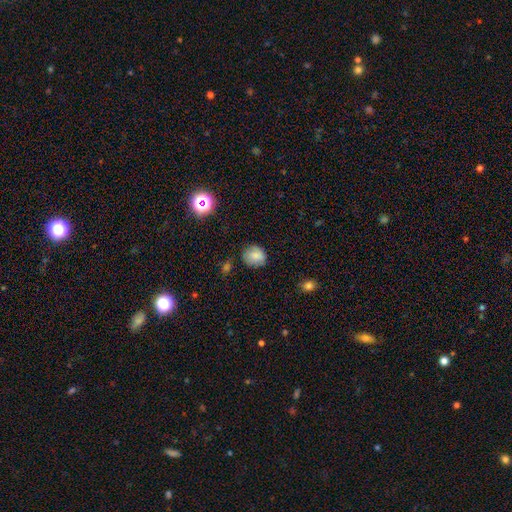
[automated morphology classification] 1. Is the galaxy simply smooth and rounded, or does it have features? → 83% smooth, 10% star or artifact, 7% featured or disk.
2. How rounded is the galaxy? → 74% round, 25% in between, 1% cigar-shaped.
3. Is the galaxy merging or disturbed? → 72% none, 21% minor disturbance, 4% major disturbance, 3% merger.